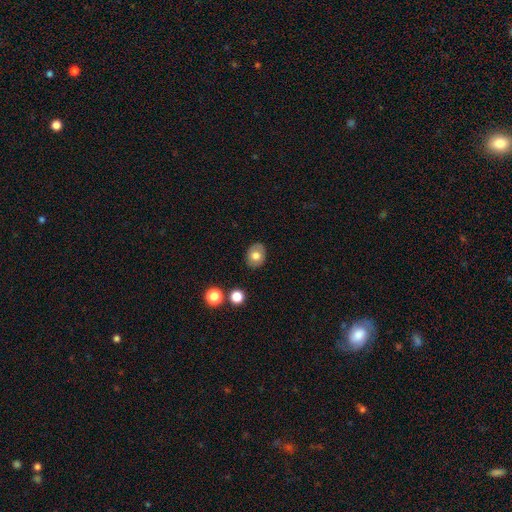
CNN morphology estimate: Smooth or featured? Predicted: smooth (p=0.74). How rounded? Predicted: in between (p=0.56). Merging? Predicted: none (p=0.86).